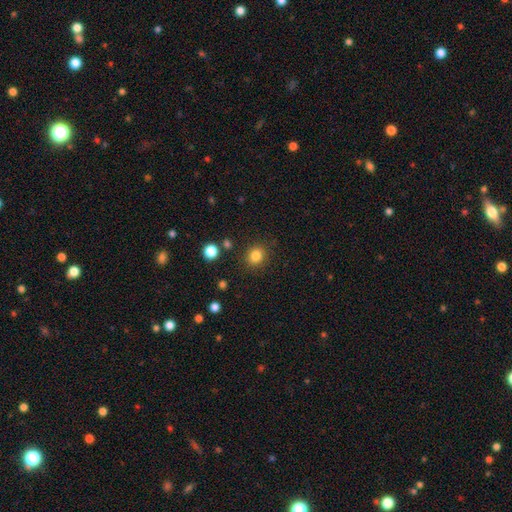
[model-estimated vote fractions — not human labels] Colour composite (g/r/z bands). It shows a smooth galaxy with no disk features (84%) that is round (80%). Merging: none (88%).